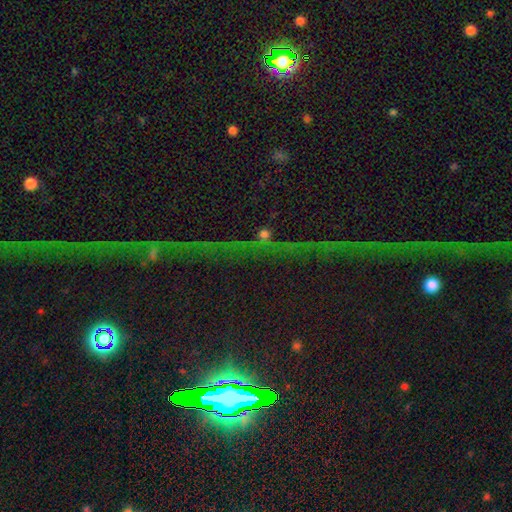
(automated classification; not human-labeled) This is likely a star or artifact rather than a galaxy (77%).